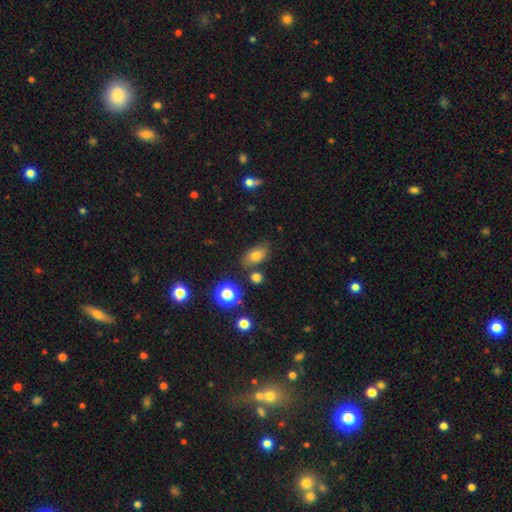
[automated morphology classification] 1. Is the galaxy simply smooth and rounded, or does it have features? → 75% smooth, 13% star or artifact, 12% featured or disk.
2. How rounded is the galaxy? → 84% in between, 14% round, 3% cigar-shaped.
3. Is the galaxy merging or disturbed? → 74% none, 14% minor disturbance, 8% merger, 4% major disturbance.